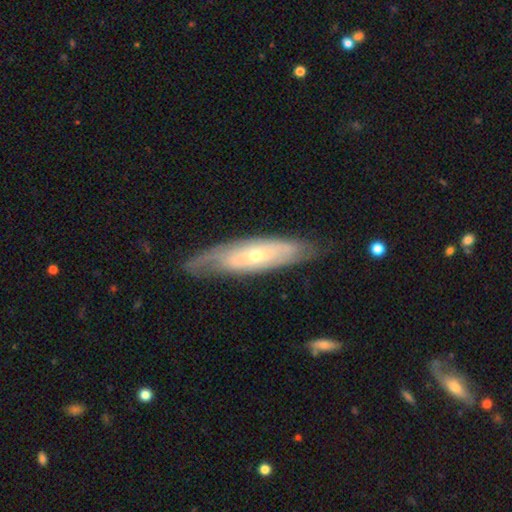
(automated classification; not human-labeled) Smooth or featured? Predicted: featured or disk (p=0.68). Edge-on disk? Predicted: no (p=0.69). Merging? Predicted: none (p=0.72).